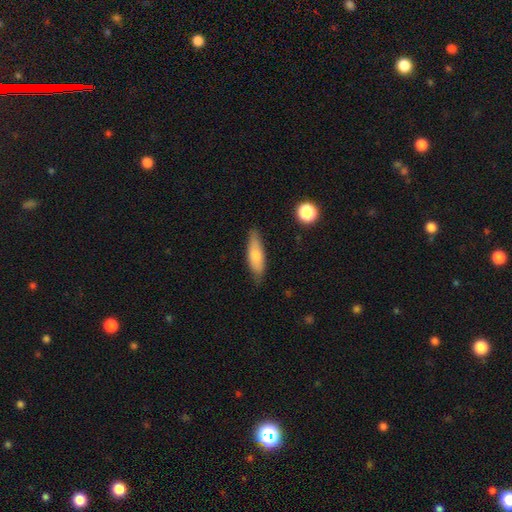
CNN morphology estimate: smooth_or_featured: smooth (p=0.73) [alt: featured or disk p=0.20]
how_rounded: cigar-shaped (p=0.53) [alt: in between p=0.45]
merging: none (p=0.78) [alt: minor disturbance p=0.18]